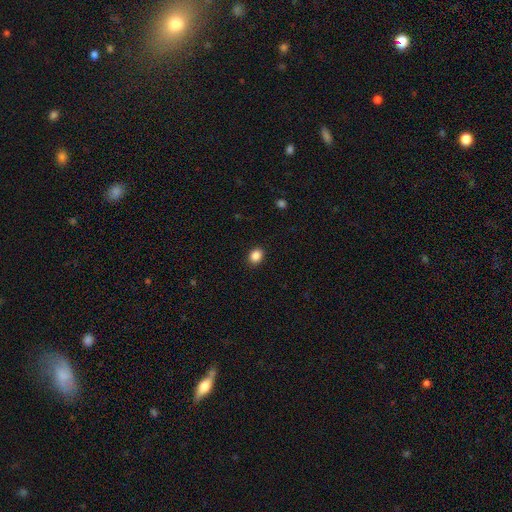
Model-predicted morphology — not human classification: Smooth or featured?
  - smooth: 87% *
  - star or artifact: 10%
  - featured or disk: 3%
How rounded?
  - round: 58% *
  - in between: 42%
  - cigar-shaped: 1%
Merging?
  - none: 91% *
  - minor disturbance: 6%
  - major disturbance: 2%
  - merger: 1%